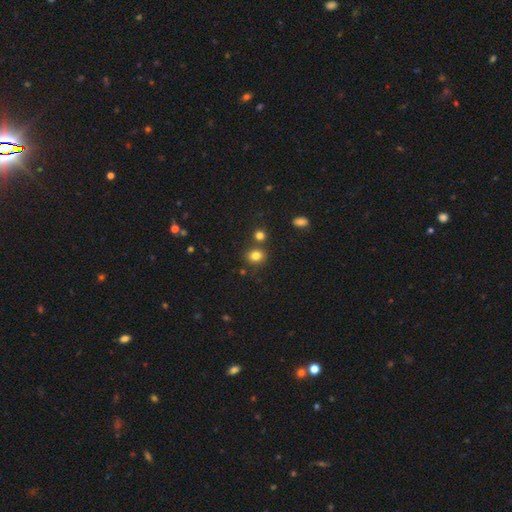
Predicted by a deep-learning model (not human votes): Smooth or featured? smooth (80%)
How rounded? round (74%)
Merging? none (74%)